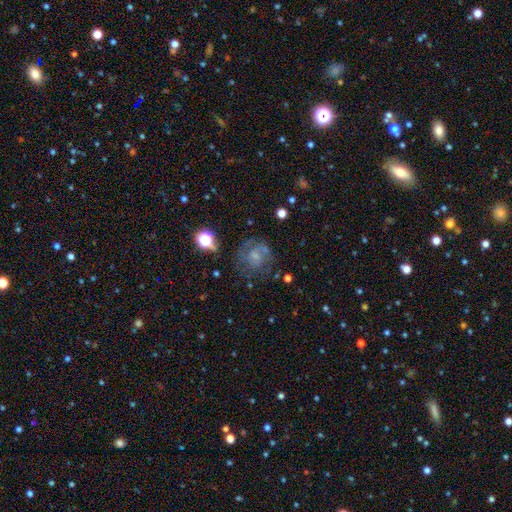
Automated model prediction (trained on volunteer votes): Smooth or featured? Predicted: featured or disk (p=0.53). Edge-on disk? Predicted: no (p=0.97). Bar? Predicted: no (p=0.68). Spiral arms? Predicted: yes (p=0.69). Bulge size? Predicted: small (p=0.34). Merging? Predicted: none (p=0.60).